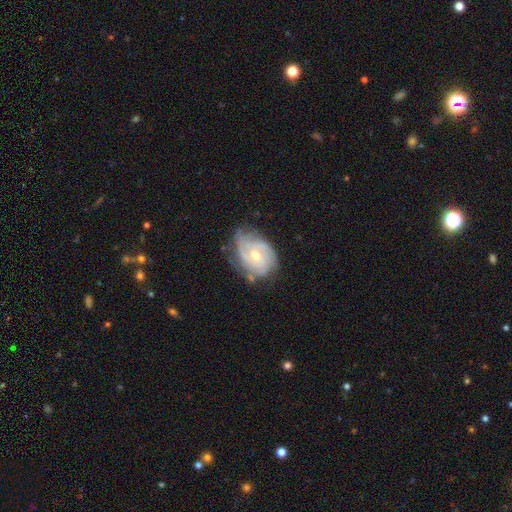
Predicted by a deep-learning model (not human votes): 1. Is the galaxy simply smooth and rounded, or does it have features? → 78% featured or disk, 16% smooth, 6% star or artifact.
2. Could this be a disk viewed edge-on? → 97% no, 3% yes.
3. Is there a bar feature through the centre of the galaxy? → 56% no, 38% weak, 6% strong.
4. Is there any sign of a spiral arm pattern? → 92% yes, 8% no.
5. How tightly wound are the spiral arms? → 53% tight, 36% medium, 11% loose.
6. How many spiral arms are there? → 33% can't tell, 27% 3, 21% 2, 11% 4, 4% 1, 4% more than 4.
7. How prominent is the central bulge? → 50% moderate, 46% small, 2% large, 1% none, 1% dominant.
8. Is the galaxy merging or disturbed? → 55% none, 29% minor disturbance, 12% major disturbance, 3% merger.